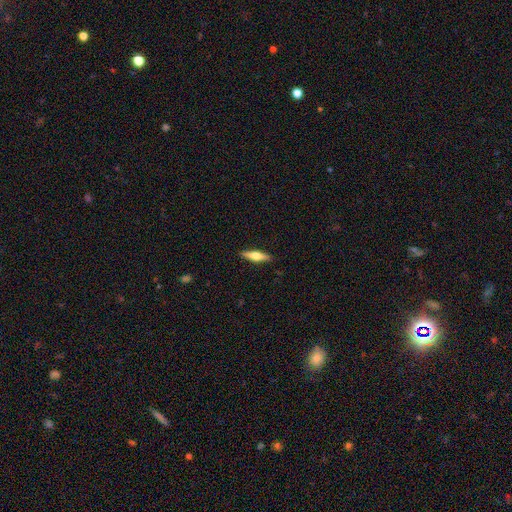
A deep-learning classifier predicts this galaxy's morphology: This appears to be a featured or disk galaxy (50%). Merging: none (90%).